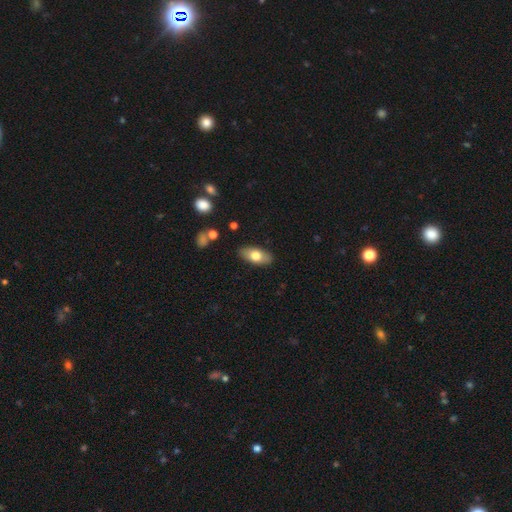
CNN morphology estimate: The model was most divided on "smooth or featured": smooth: 72%, featured or disk: 22%, star or artifact: 7%. More confident: how rounded — in between (88%); merging — none (86%).